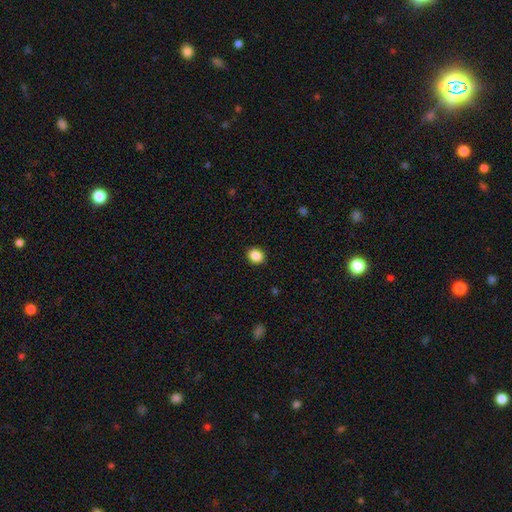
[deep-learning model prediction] Smooth or featured? smooth (87%)
How rounded? round (65%)
Merging? none (91%)